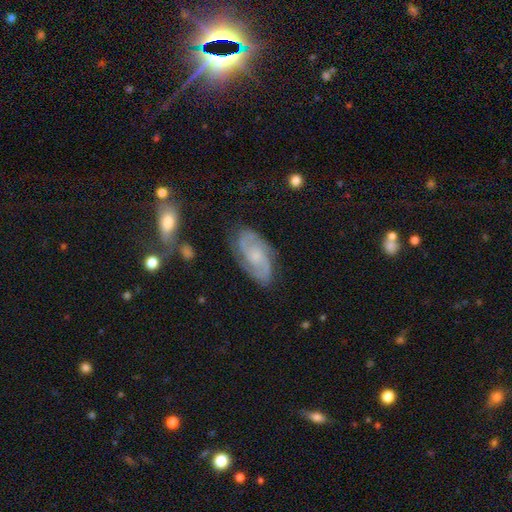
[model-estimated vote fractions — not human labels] smooth-or-featured: featured or disk: 83% | smooth: 11% | star or artifact: 6%
  disk-edge-on: no: 96% | yes: 4%
    bar: no: 61% | weak: 33% | strong: 6%
    has-spiral-arms: yes: 97% | no: 3%
      spiral-winding: medium: 46% | tight: 42% | loose: 12%
      spiral-arm-count: 2: 78% | 3: 9% | can't tell: 8% | 4: 2% | 1: 2% | more than 4: 2%
    bulge-size: small: 59% | moderate: 24% | none: 13% | large: 2% | dominant: 1%
  merging: none: 79% | minor disturbance: 14% | major disturbance: 4% | merger: 2%